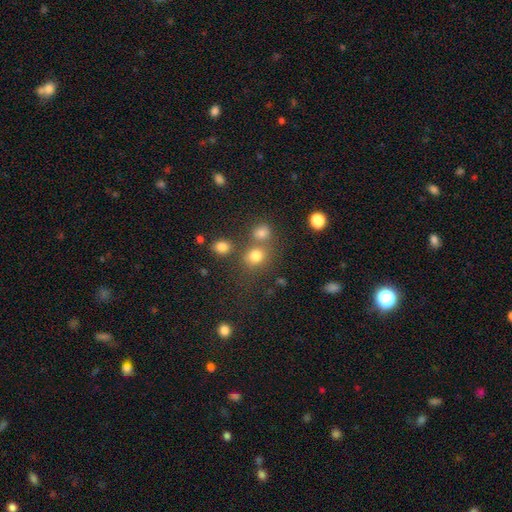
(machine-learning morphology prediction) Smooth or featured? smooth (76%)
How rounded? round (74%)
Merging? none (58%)